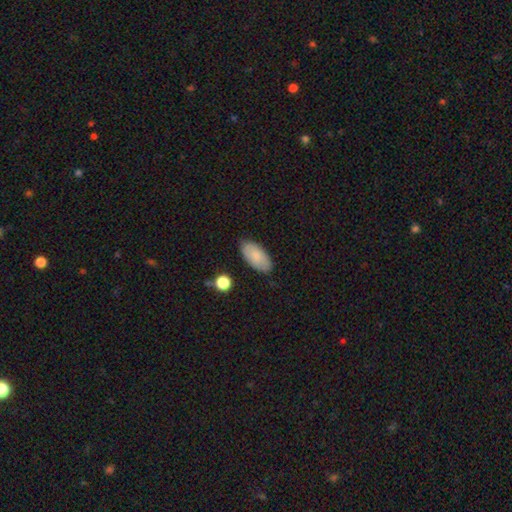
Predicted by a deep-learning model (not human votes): Overall: smooth (78%). How rounded: in between (94%). Merging: none (84%).